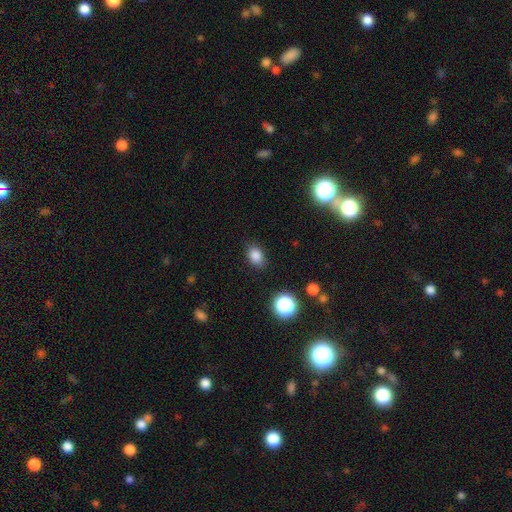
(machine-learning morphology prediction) type=smooth (83%); roundness=in between (74%); merging=none (85%).